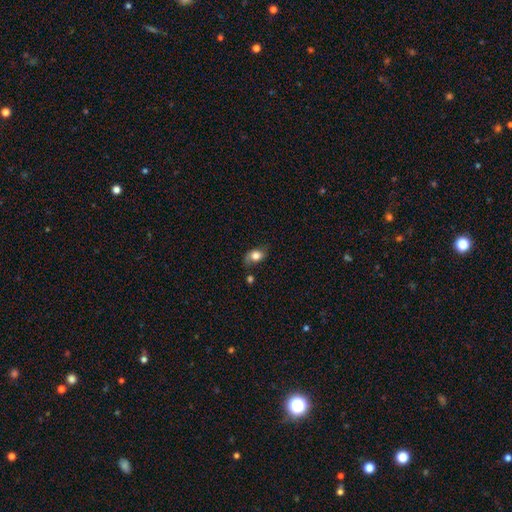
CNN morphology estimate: A smooth galaxy with no disk features (73%) that is in between round and cigar-shaped (76%). Merging: none (58%).